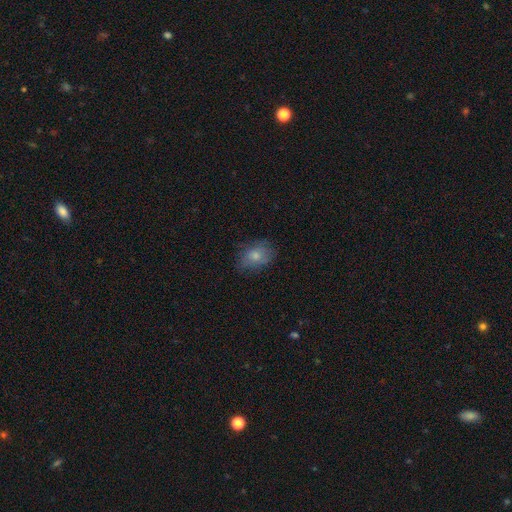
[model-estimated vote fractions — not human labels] Smooth or featured? Predicted: smooth (p=0.75). How rounded? Predicted: in between (p=0.71). Merging? Predicted: none (p=0.68).